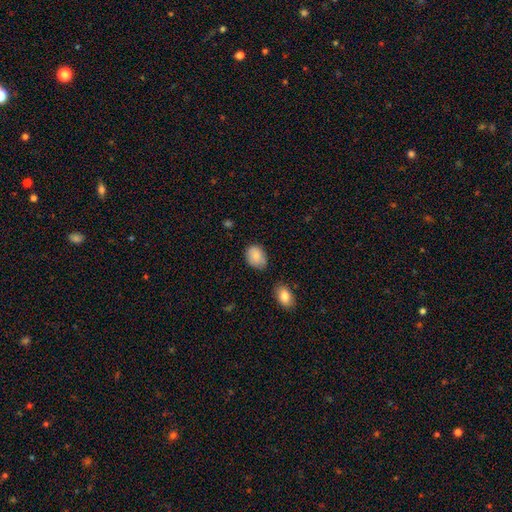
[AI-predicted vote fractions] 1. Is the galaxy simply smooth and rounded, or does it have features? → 84% smooth, 8% featured or disk, 8% star or artifact.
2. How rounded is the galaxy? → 66% in between, 33% round, 1% cigar-shaped.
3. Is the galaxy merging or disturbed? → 69% none, 23% minor disturbance, 4% major disturbance, 4% merger.